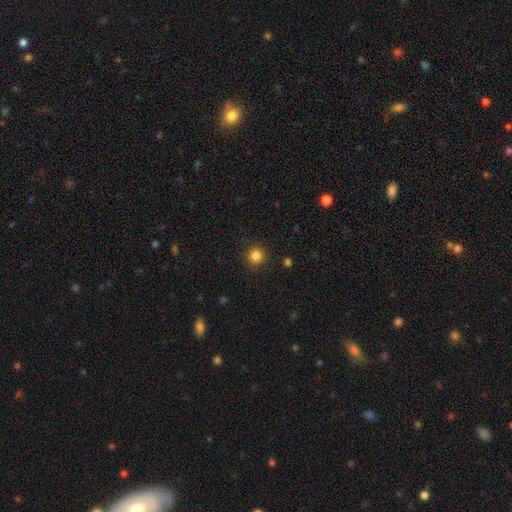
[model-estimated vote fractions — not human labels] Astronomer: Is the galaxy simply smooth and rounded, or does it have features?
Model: smooth — 84%.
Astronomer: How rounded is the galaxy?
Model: round — 93%.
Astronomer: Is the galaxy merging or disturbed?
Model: none — 90%.